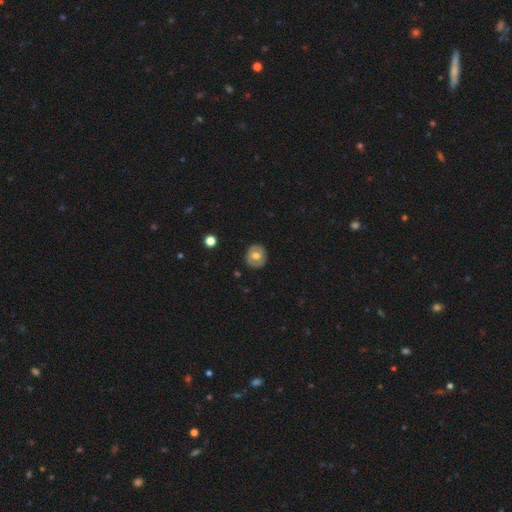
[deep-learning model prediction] A smooth galaxy with no disk features (56%) that is round (83%). Merging: none (87%).